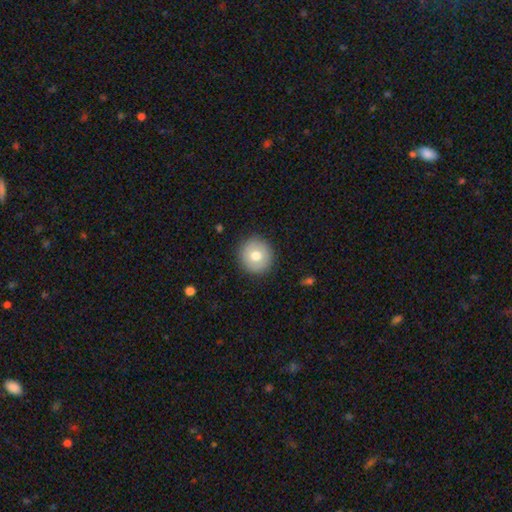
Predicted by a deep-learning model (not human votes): Morphology: type=smooth (73%); roundness=round (94%); merging=none (90%).